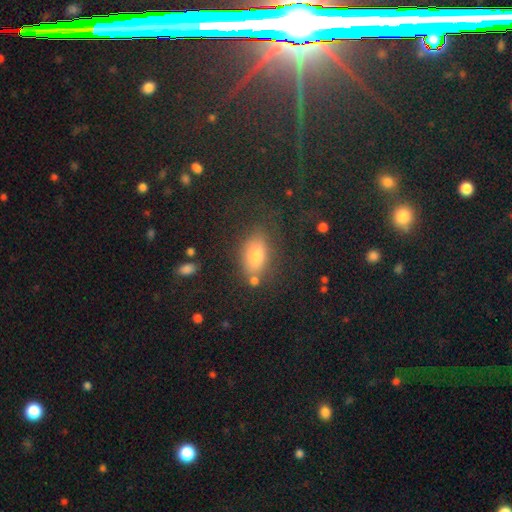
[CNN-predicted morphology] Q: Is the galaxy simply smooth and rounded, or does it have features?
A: smooth — 71%.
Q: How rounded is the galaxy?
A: in between — 80%.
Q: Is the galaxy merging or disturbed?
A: none — 75%.